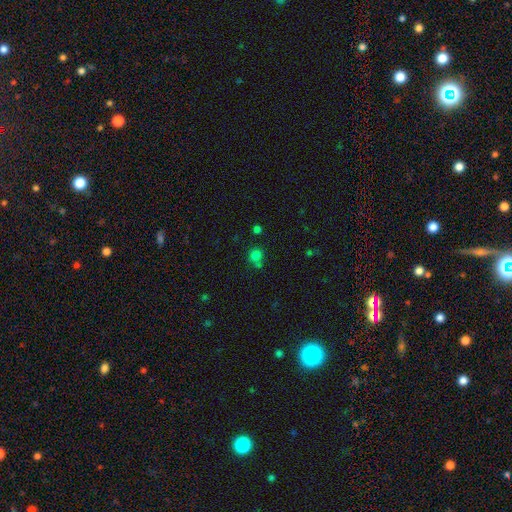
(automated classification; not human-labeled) Smooth or featured? Predicted: smooth (p=0.74). How rounded? Predicted: round (p=0.84). Merging? Predicted: none (p=0.63).